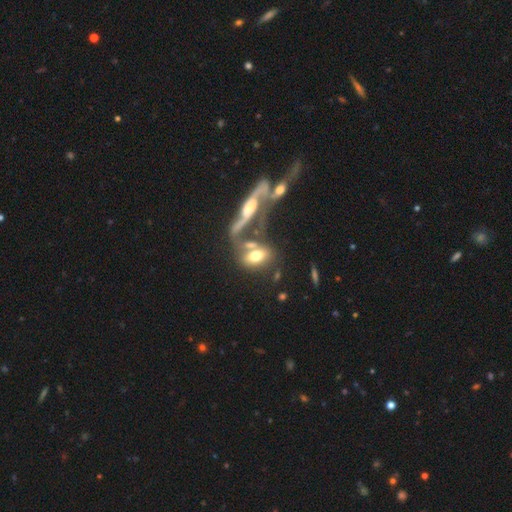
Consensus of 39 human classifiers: Q: Smooth or featured?
A: smooth (69%); runner-up: featured or disk (28%)
Q: How rounded?
A: in between (93%); runner-up: round (4%)
Q: Merging?
A: merger (66%); runner-up: none (16%)